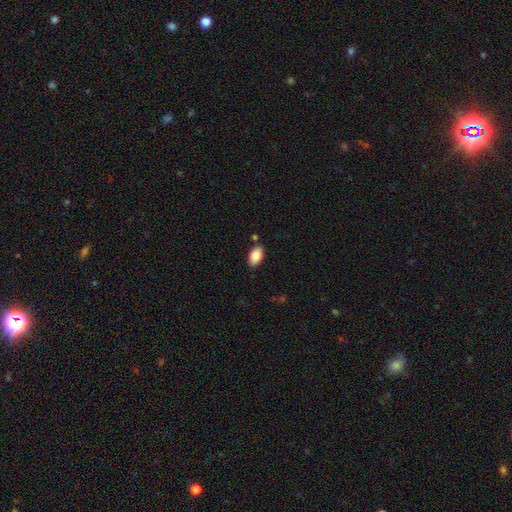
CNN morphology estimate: This appears to be a smooth galaxy with no disk features (85%) that is in between round and cigar-shaped (93%). Merging: none (85%).